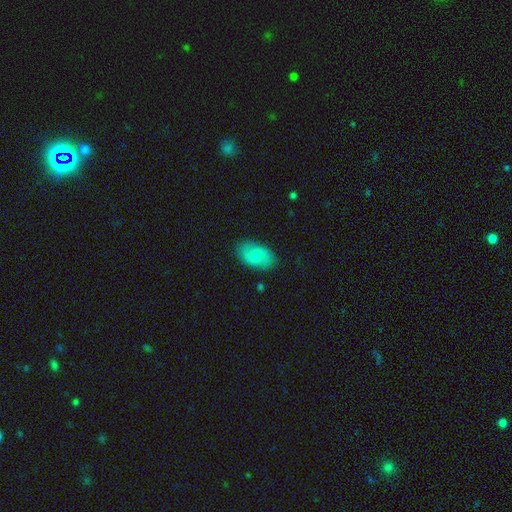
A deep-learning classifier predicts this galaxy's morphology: A smooth galaxy with no disk features (60%) that is in between round and cigar-shaped (92%).

Vote fractions:
- Smooth or featured? smooth: 60% / featured or disk: 33% / star or artifact: 7%
- How rounded? in between: 92% / round: 6% / cigar-shaped: 2%
- Merging? none: 82% / minor disturbance: 13% / major disturbance: 3% / merger: 1%